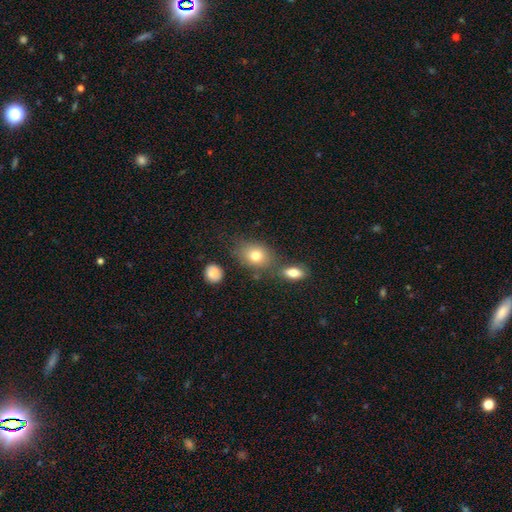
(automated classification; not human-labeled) Smooth or featured? smooth (78%)
How rounded? in between (66%)
Merging? none (65%)